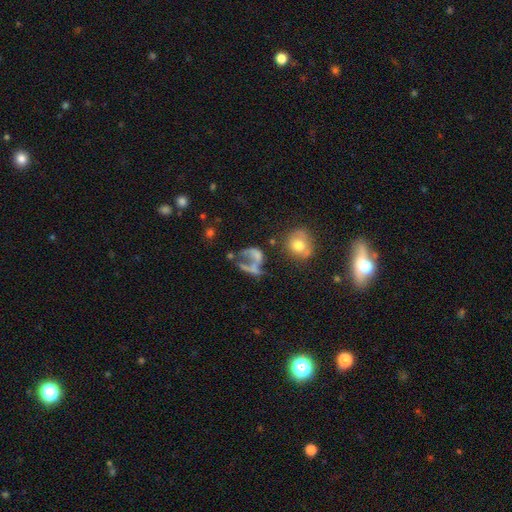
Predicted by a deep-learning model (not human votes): A featured or disk galaxy (44%). Merging: major disturbance (40%).